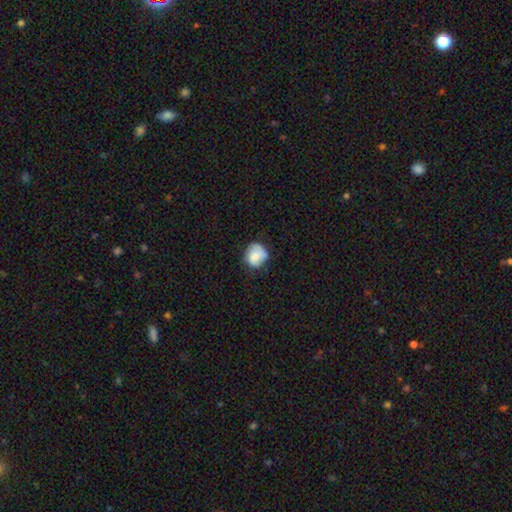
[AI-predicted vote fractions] smooth-or-featured: smooth: 76% | featured or disk: 16% | star or artifact: 8%
  how-rounded: round: 71% | in between: 28% | cigar-shaped: 1%
  merging: none: 55% | minor disturbance: 32% | major disturbance: 10% | merger: 3%